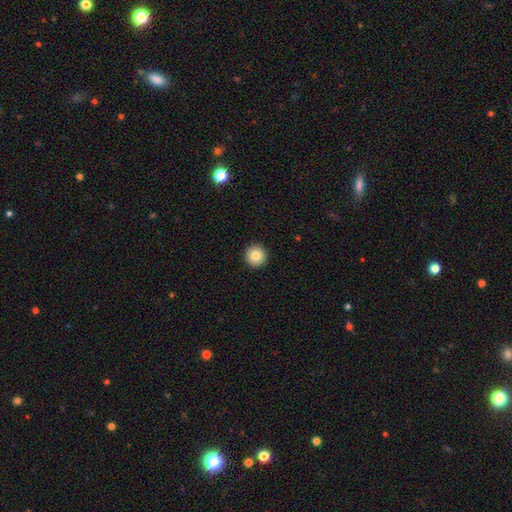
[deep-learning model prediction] Overall: smooth (82%). How rounded: round (96%). Merging: none (94%).